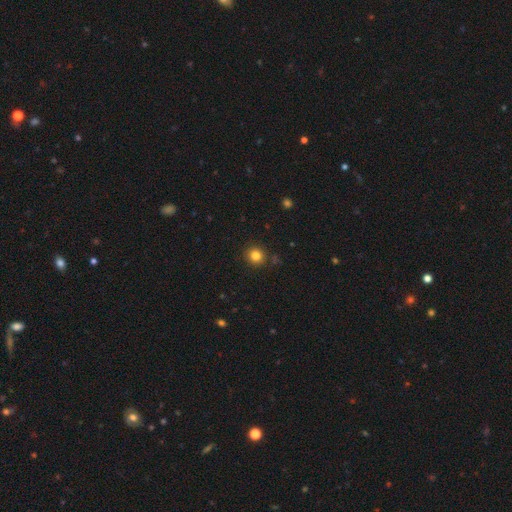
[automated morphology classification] A smooth galaxy with no disk features (82%) that is round (92%). Merging: none (90%).